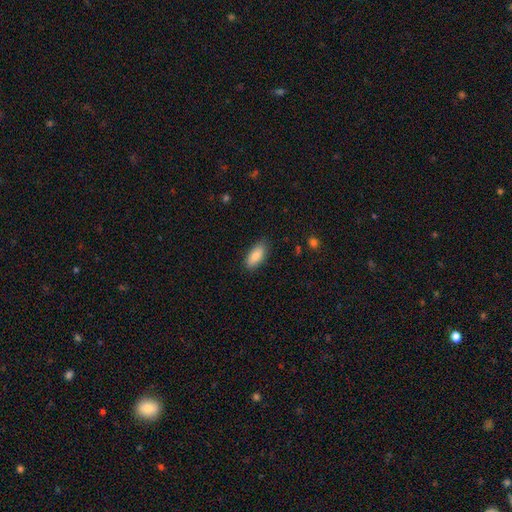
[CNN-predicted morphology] This appears to be a smooth galaxy with no disk features (85%) that is in between round and cigar-shaped (83%). Merging: none (85%).